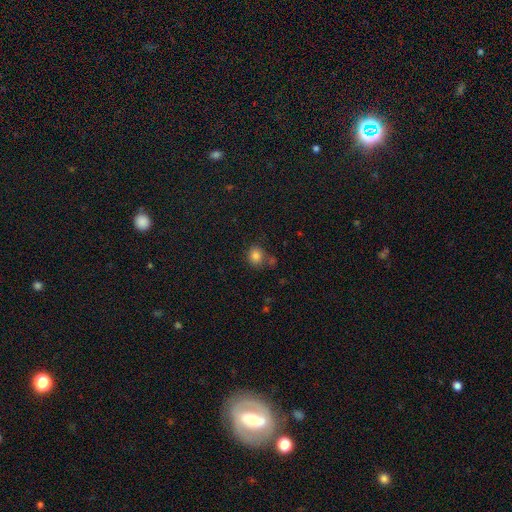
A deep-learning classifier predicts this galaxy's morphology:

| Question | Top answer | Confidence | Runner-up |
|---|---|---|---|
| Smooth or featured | smooth | 83% | star or artifact (12%) |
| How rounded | round | 72% | in between (27%) |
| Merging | none | 68% | merger (14%) |